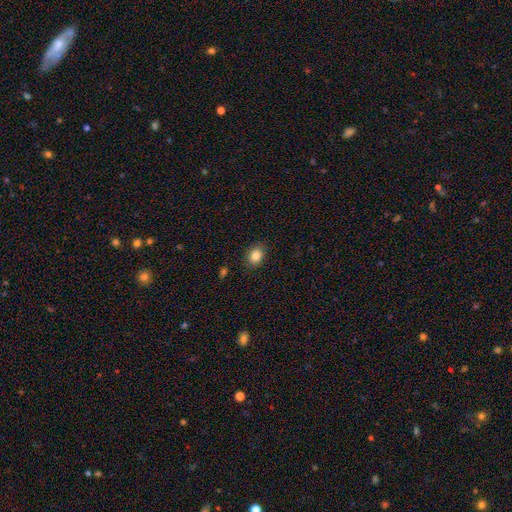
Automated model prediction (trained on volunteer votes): Smooth or featured?
  - smooth: 85% *
  - star or artifact: 9%
  - featured or disk: 6%
How rounded?
  - in between: 61% *
  - round: 38%
  - cigar-shaped: 1%
Merging?
  - none: 87% *
  - minor disturbance: 9%
  - major disturbance: 2%
  - merger: 1%